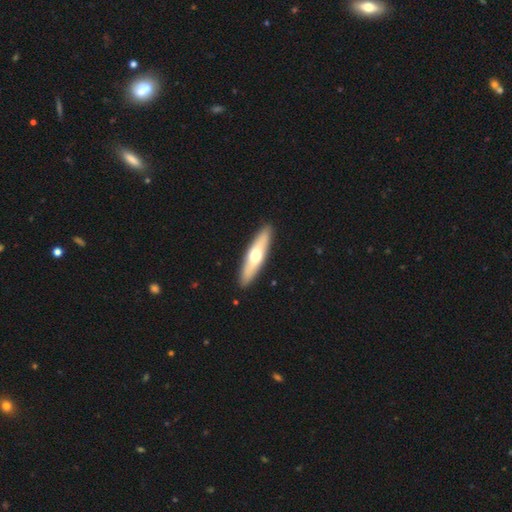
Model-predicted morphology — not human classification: smooth_or_featured: smooth (p=0.51) [alt: featured or disk p=0.44]
how_rounded: cigar-shaped (p=0.77) [alt: in between p=0.21]
merging: none (p=0.91) [alt: minor disturbance p=0.06]